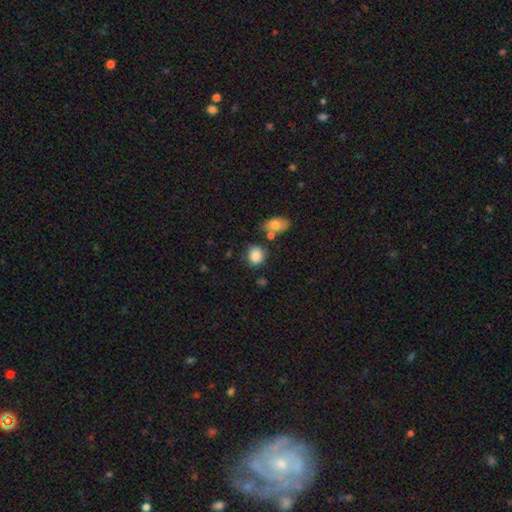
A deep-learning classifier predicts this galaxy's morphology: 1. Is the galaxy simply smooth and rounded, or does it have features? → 86% smooth, 9% star or artifact, 5% featured or disk.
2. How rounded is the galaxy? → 71% round, 28% in between, 1% cigar-shaped.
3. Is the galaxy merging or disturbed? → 69% none, 17% minor disturbance, 9% merger, 5% major disturbance.